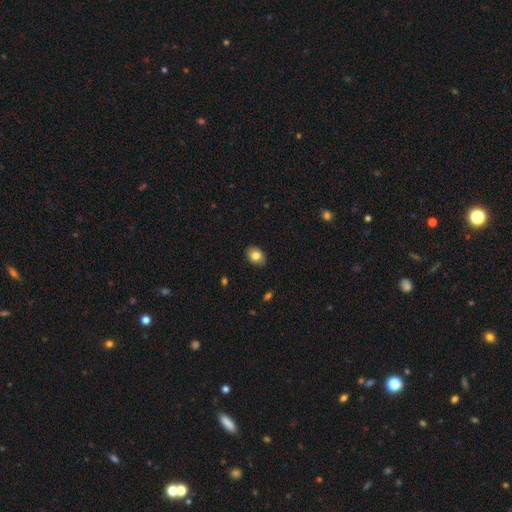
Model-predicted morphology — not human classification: Smooth or featured? smooth (81%)
How rounded? in between (71%)
Merging? none (86%)